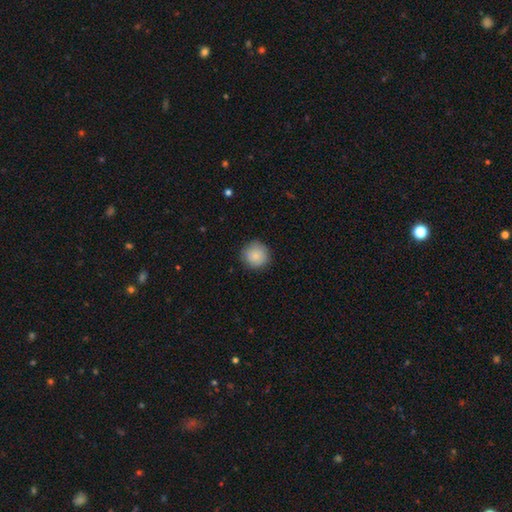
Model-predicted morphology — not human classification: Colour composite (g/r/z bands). It shows a smooth galaxy with no disk features (87%) that is round (94%). Merging: none (88%).